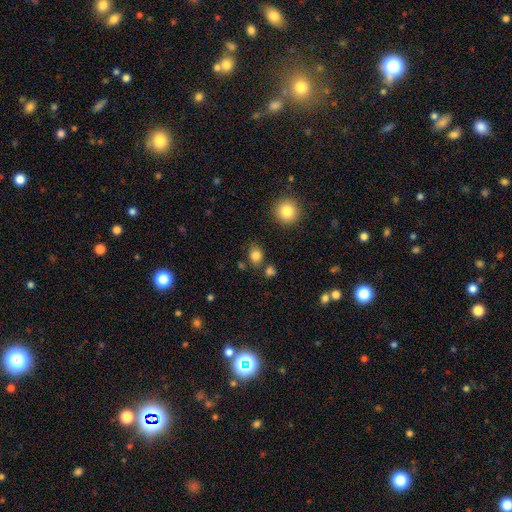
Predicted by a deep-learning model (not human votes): Smooth or featured: smooth — 83% (star or artifact — 12%)
How rounded: round — 52% (in between — 47%)
Merging: none — 75% (minor disturbance — 12%)